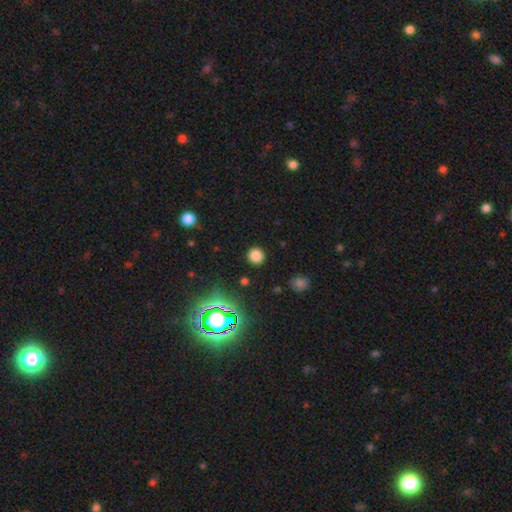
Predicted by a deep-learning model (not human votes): smooth_or_featured: smooth (p=0.78) [alt: star or artifact p=0.17]
how_rounded: round (p=0.93) [alt: in between p=0.06]
merging: none (p=0.90) [alt: minor disturbance p=0.06]